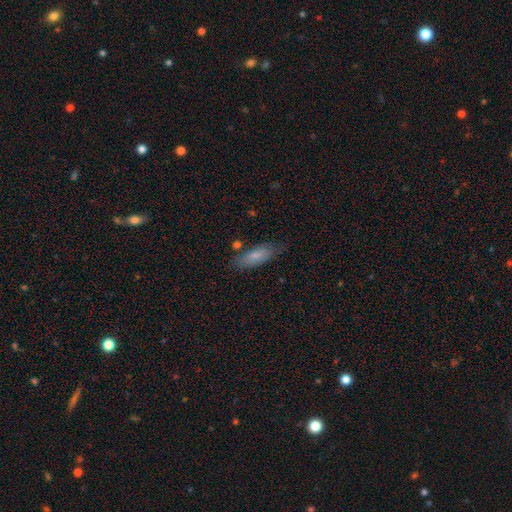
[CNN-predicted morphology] smooth 78%, featured or disk 15%, star or artifact 7%. Down the decision tree: how rounded — in between (65%); merging — none (73%).